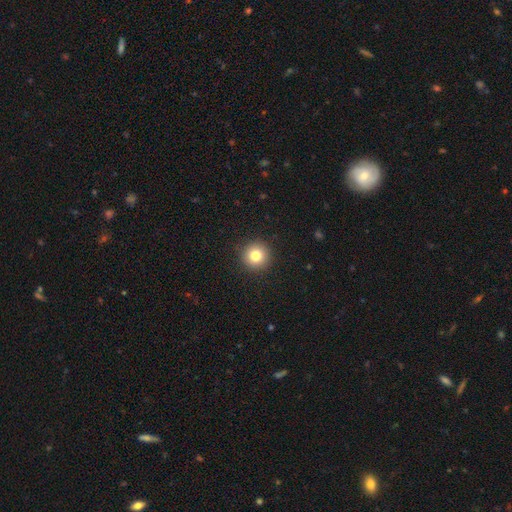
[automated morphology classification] Smooth or featured? Predicted: smooth (p=0.80). How rounded? Predicted: round (p=0.96). Merging? Predicted: none (p=0.93).